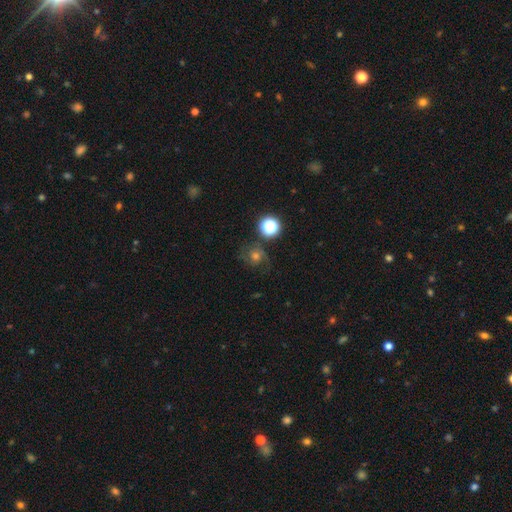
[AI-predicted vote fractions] Q: Smooth or featured?
A: featured or disk (41%); runner-up: smooth (33%)
Q: Merging?
A: none (70%); runner-up: minor disturbance (16%)